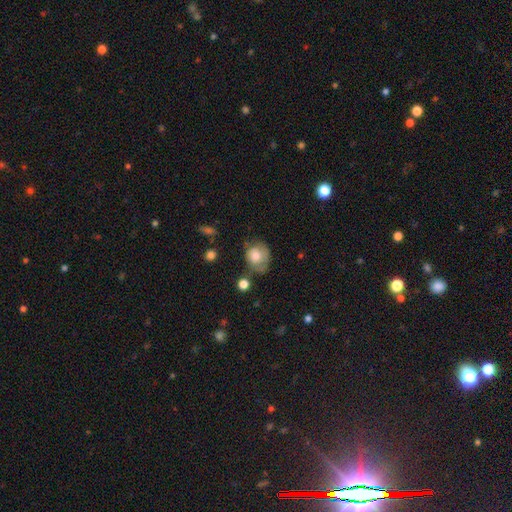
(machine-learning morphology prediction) This appears to be a smooth galaxy with no disk features (71%) that is round (69%). Merging: none (45%).